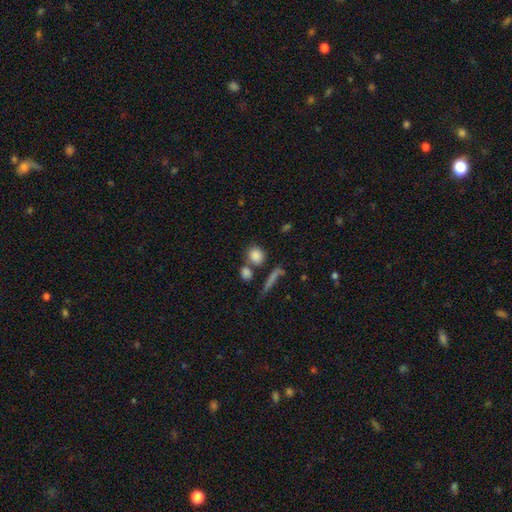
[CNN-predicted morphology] smooth_or_featured: smooth (p=0.83) [alt: star or artifact p=0.09]
how_rounded: round (p=0.73) [alt: in between p=0.23]
merging: none (p=0.61) [alt: merger p=0.24]